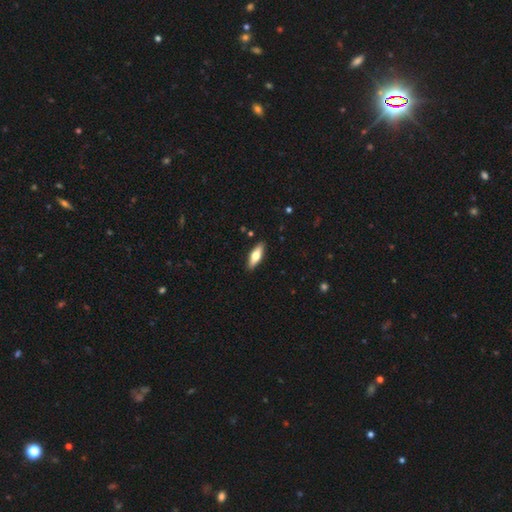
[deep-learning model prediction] A smooth galaxy with no disk features (59%) that is in between round and cigar-shaped (52%). Merging: none (89%).